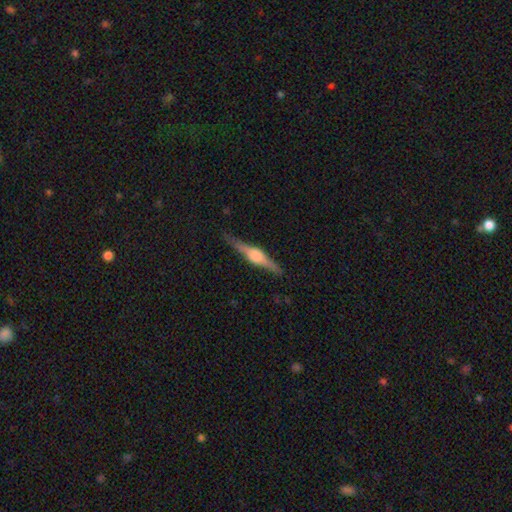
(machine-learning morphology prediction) smooth_or_featured: featured or disk (p=0.80) [alt: smooth p=0.15]
disk_edge_on: yes (p=0.98) [alt: no p=0.02]
edge_on_bulge: rounded (p=0.84) [alt: boxy p=0.13]
merging: none (p=0.86) [alt: minor disturbance p=0.10]